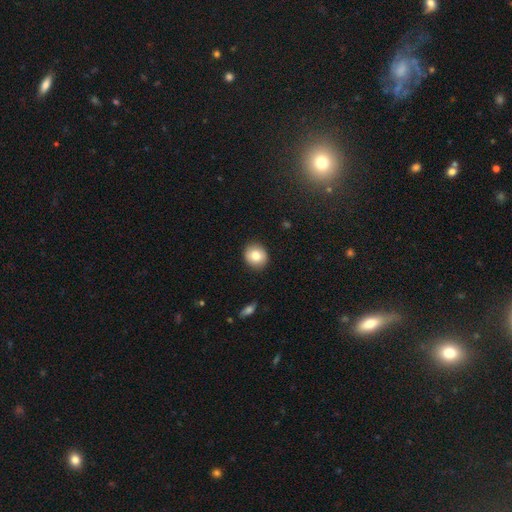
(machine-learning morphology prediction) The model was most divided on "how rounded": round: 81%, in between: 18%, cigar-shaped: 1%. More confident: merging — none (90%); smooth or featured — smooth (80%).